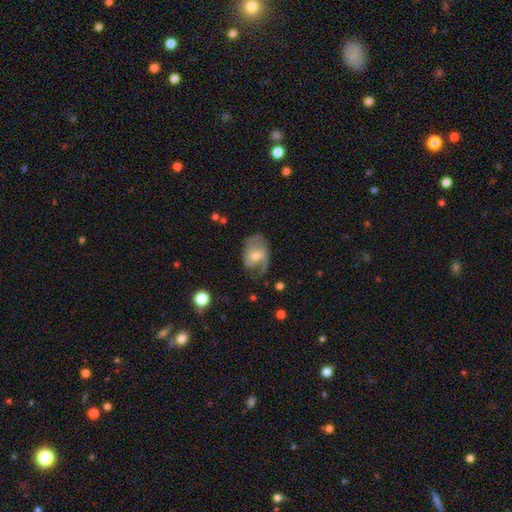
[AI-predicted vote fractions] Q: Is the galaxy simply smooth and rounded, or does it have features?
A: featured or disk — 67%.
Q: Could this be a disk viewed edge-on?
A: no — 96%.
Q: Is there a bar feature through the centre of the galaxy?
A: weak — 46%.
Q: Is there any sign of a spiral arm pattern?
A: yes — 85%.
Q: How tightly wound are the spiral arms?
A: medium — 42%.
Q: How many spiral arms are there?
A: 2 — 59%.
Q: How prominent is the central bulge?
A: moderate — 50%.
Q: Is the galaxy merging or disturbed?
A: none — 52%.